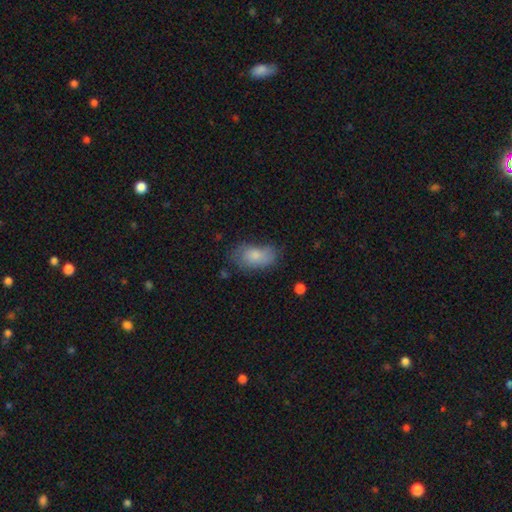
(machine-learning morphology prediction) smooth 76%, featured or disk 16%, star or artifact 8%. Down the decision tree: how rounded — in between (91%); merging — none (57%).